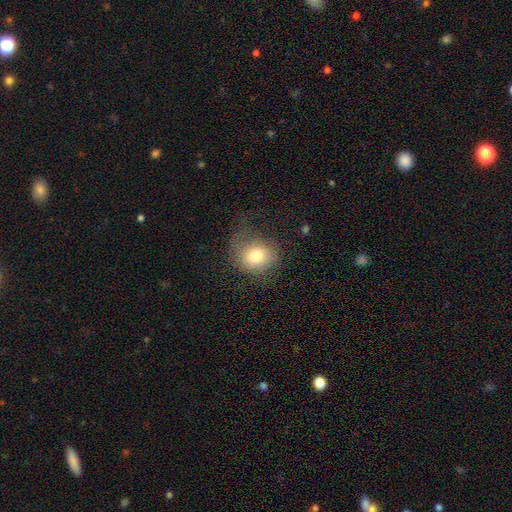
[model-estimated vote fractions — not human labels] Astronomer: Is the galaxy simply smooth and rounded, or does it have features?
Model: smooth — 77%.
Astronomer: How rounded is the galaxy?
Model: round — 70%.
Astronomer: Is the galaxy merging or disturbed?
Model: none — 49% (runner-up: minor disturbance, 26%).